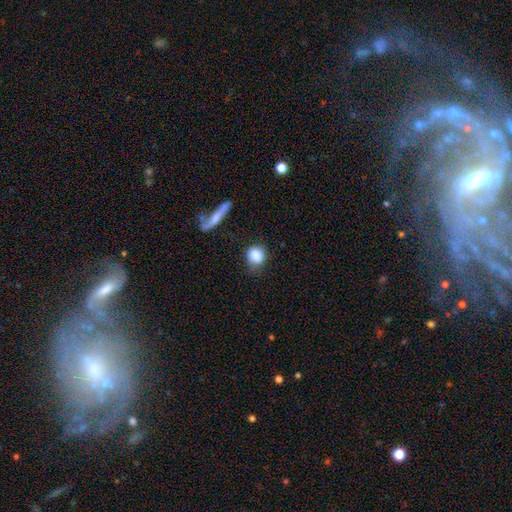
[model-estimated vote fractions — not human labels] Overall: smooth (85%). How rounded: round (71%). Merging: none (66%).